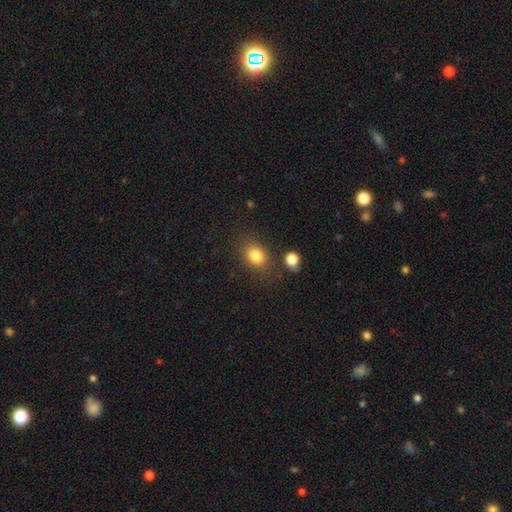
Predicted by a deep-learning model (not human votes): The model was most divided on "how rounded": in between: 58%, round: 41%, cigar-shaped: 1%. More confident: smooth or featured — smooth (82%); merging — none (76%).